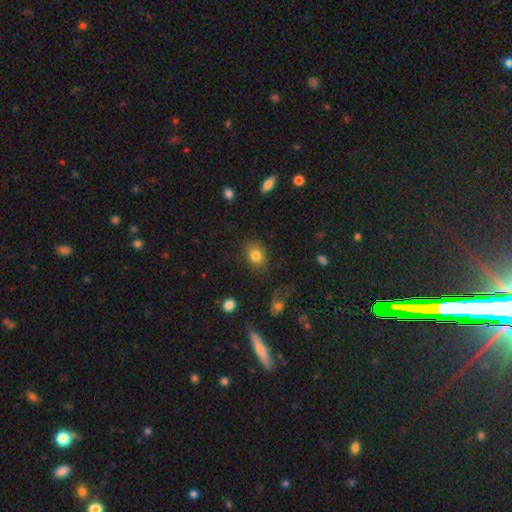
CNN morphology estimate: This is clearly a smooth galaxy (81%). How rounded: possibly in between (51%). Merging: likely none (80%).